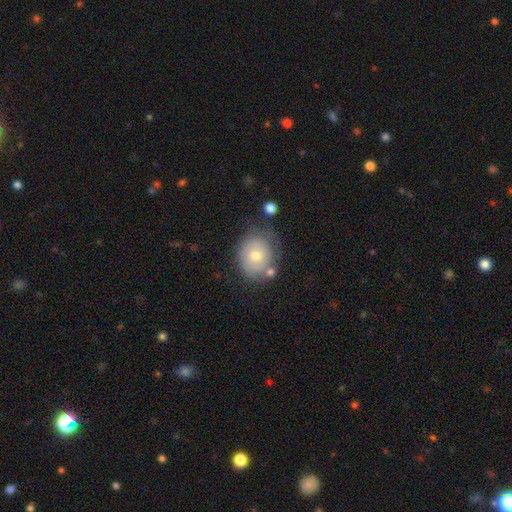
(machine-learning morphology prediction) smooth-or-featured: smooth: 58% | featured or disk: 34% | star or artifact: 8%
  how-rounded: round: 61% | in between: 38% | cigar-shaped: 1%
  merging: none: 62% | minor disturbance: 23% | merger: 8% | major disturbance: 7%